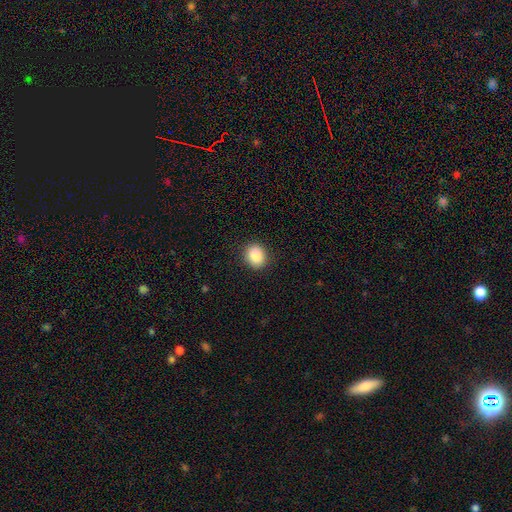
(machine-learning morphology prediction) type=smooth (86%); roundness=round (64%); merging=none (90%).